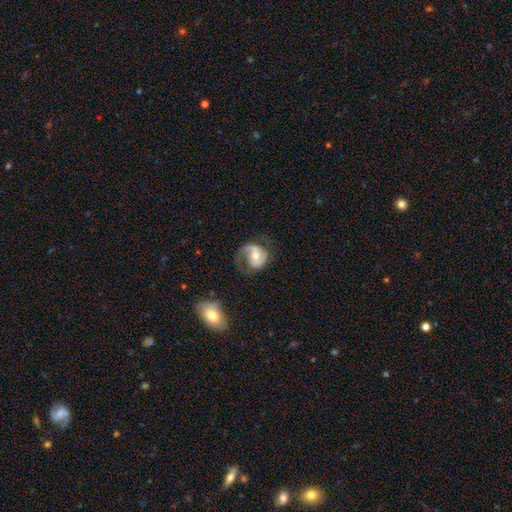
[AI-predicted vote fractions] featured or disk 74%, smooth 20%, star or artifact 6%. Down the decision tree: edge-on disk — no (97%); bar — no (50%); spiral arms — yes (89%); spiral arm count — 2 (62%); spiral winding — medium (45%); bulge size — moderate (62%); merging — none (48%).